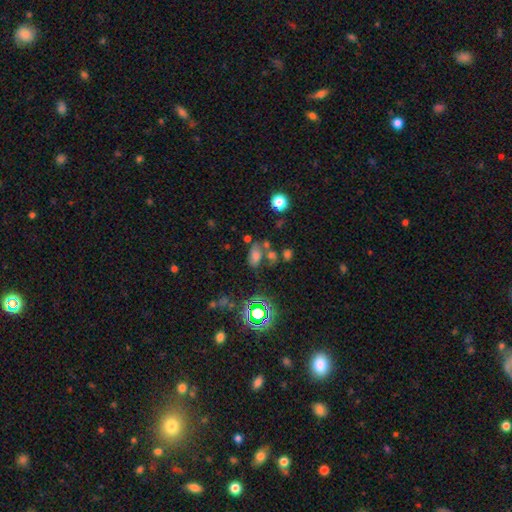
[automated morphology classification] This appears to be a smooth galaxy with no disk features (59%) that is in between round and cigar-shaped (83%). Merging: none (48%).